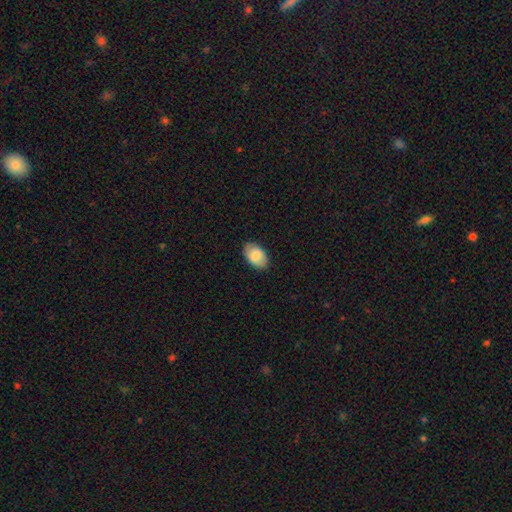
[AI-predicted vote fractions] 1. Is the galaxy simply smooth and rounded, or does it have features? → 81% smooth, 12% featured or disk, 6% star or artifact.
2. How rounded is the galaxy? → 92% in between, 6% round, 1% cigar-shaped.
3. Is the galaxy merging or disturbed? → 87% none, 10% minor disturbance, 2% major disturbance, 1% merger.